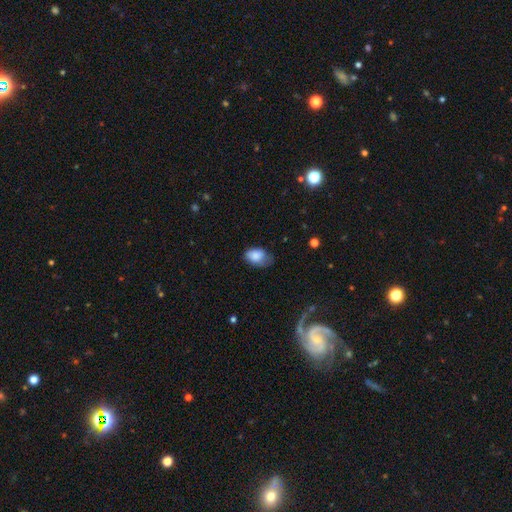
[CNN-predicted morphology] Smooth or featured? smooth (83%)
How rounded? in between (86%)
Merging? none (47%)